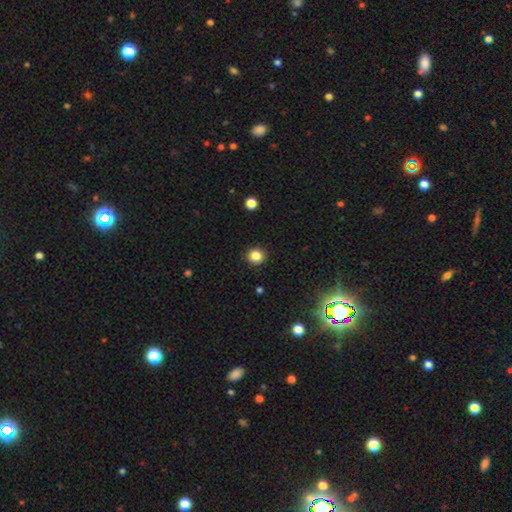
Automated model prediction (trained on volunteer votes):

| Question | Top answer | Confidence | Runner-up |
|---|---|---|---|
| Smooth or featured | smooth | 84% | star or artifact (12%) |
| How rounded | round | 92% | in between (7%) |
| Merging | none | 92% | minor disturbance (6%) |